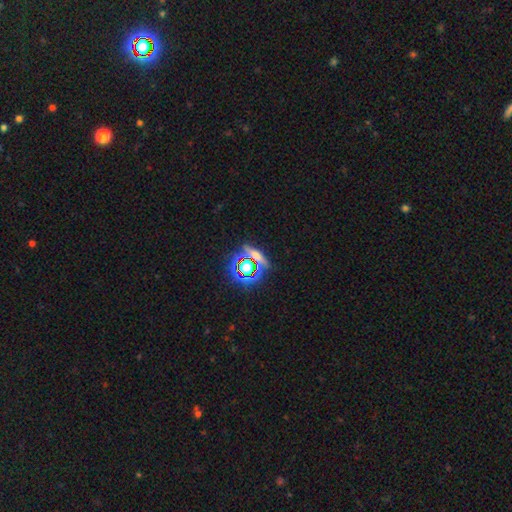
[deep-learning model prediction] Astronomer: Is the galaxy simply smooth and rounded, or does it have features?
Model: star or artifact — 48% (runner-up: smooth, 34%).